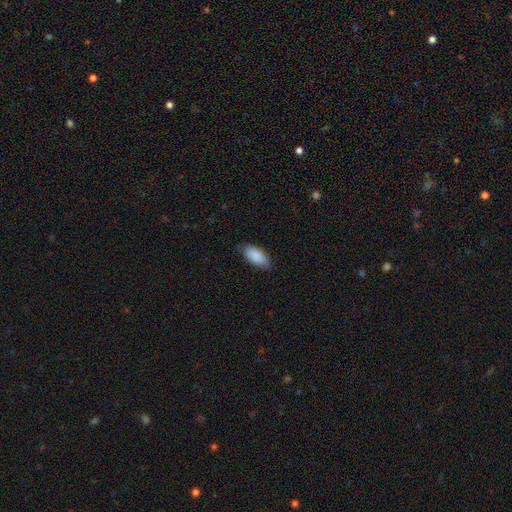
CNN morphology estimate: Smooth or featured? smooth (87%)
How rounded? in between (92%)
Merging? none (75%)